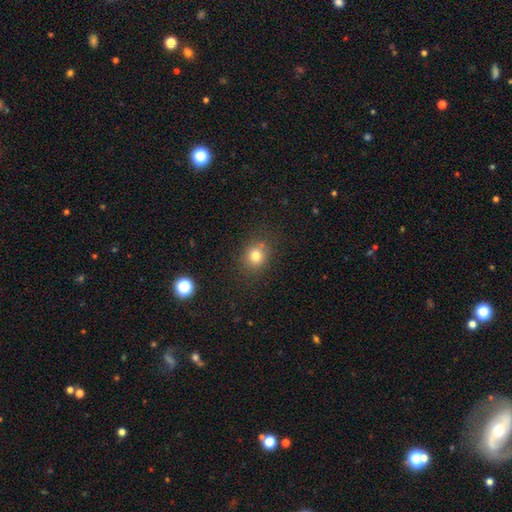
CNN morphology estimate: type=smooth (78%); roundness=round (76%); merging=none (78%).